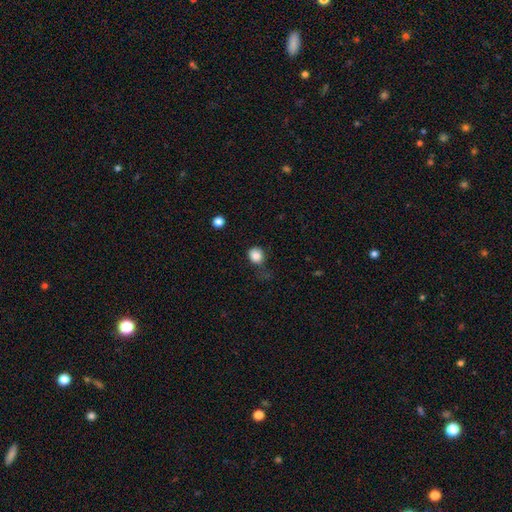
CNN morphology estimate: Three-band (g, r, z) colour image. It shows a smooth galaxy with no disk features (84%) that is round (76%). Merging: none (59%).